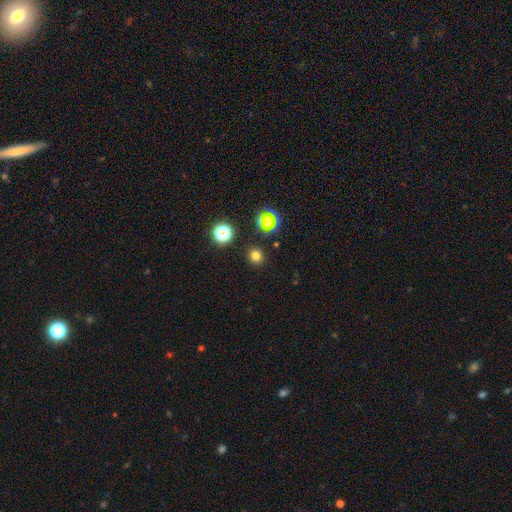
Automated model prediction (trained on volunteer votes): Q: Smooth or featured?
A: smooth (72%); runner-up: star or artifact (21%)
Q: How rounded?
A: round (90%); runner-up: in between (9%)
Q: Merging?
A: none (88%); runner-up: minor disturbance (6%)